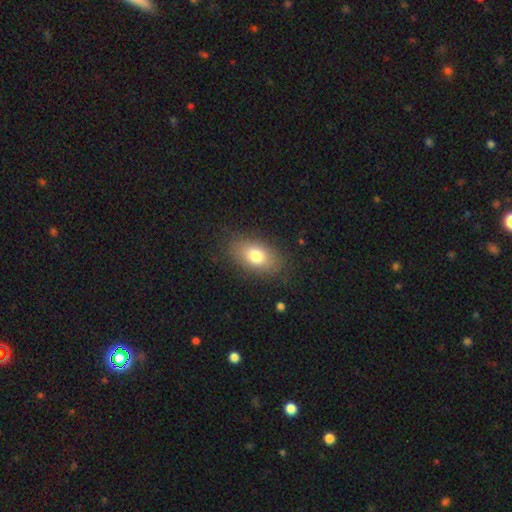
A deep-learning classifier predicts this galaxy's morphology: Smooth or featured: smooth — 78% (featured or disk — 14%)
How rounded: in between — 87% (round — 10%)
Merging: none — 83% (minor disturbance — 12%)